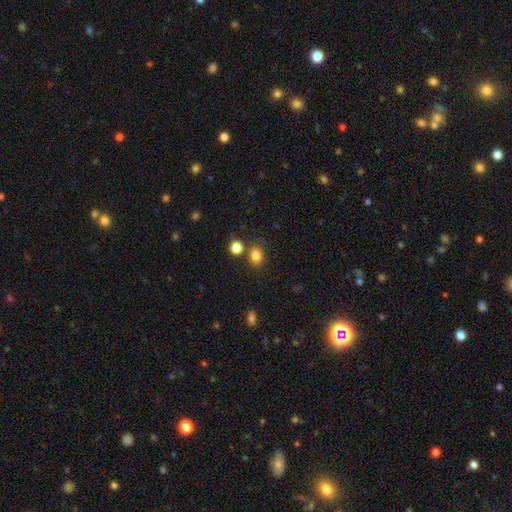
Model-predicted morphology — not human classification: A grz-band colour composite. It shows a smooth galaxy with no disk features (83%) that is round (57%). Merging: none (75%).